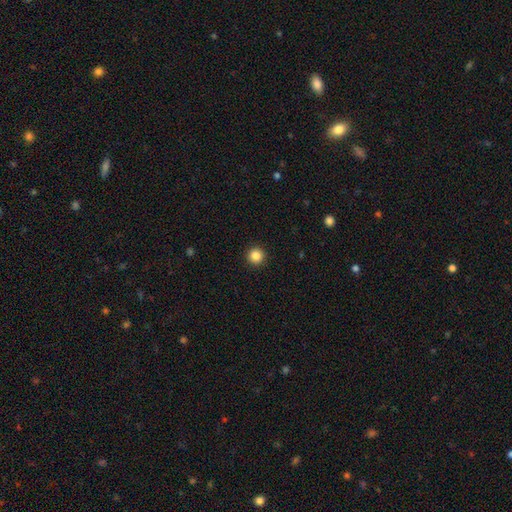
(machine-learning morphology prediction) The model was most divided on "smooth or featured": smooth: 86%, star or artifact: 11%, featured or disk: 4%. More confident: how rounded — round (96%); merging — none (93%).